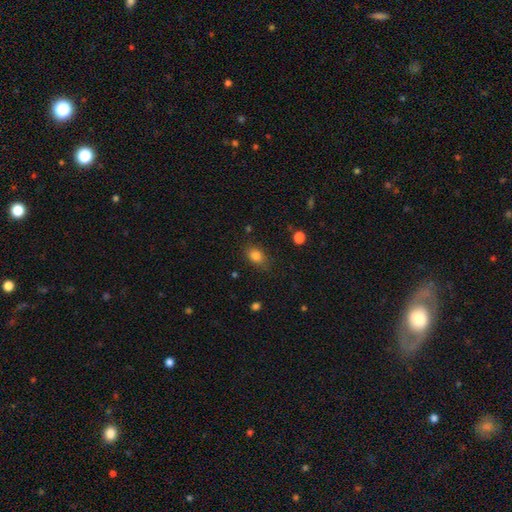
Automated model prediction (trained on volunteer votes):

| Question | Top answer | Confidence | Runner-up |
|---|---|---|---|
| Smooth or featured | smooth | 83% | star or artifact (11%) |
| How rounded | in between | 74% | round (24%) |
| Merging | none | 77% | minor disturbance (17%) |